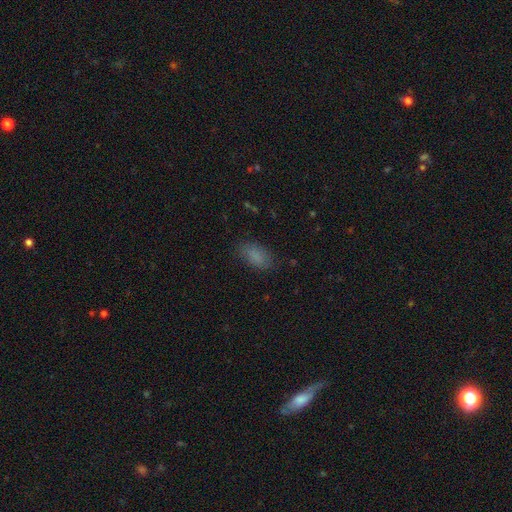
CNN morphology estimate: This appears to be a smooth galaxy with no disk features (85%) that is in between round and cigar-shaped (91%). Merging: none (81%).